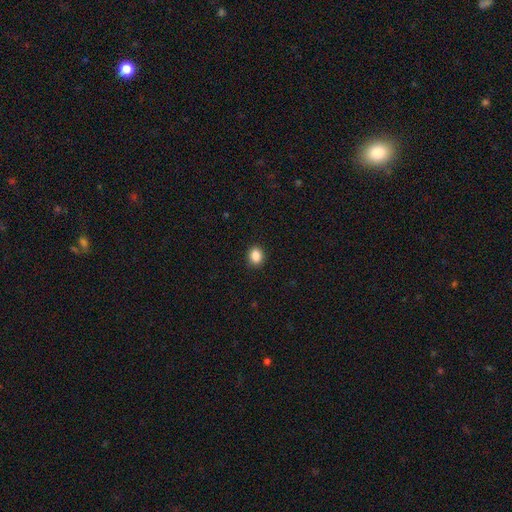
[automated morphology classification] A smooth galaxy with no disk features (87%) that is round (59%). Merging: none (91%).